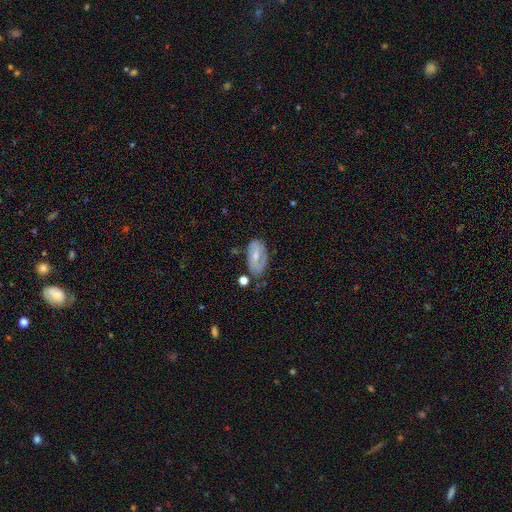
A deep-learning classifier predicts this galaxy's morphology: Smooth or featured? Predicted: featured or disk (p=0.50). Edge-on disk? Predicted: no (p=0.92). Merging? Predicted: none (p=0.58).